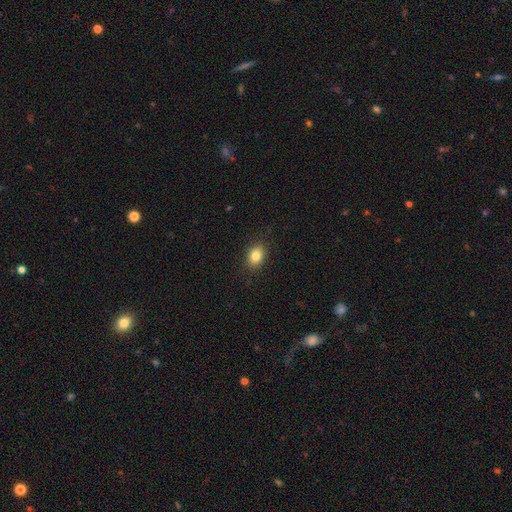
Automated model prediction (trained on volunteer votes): Morphology: type=smooth (83%); roundness=in between (74%); merging=none (88%).